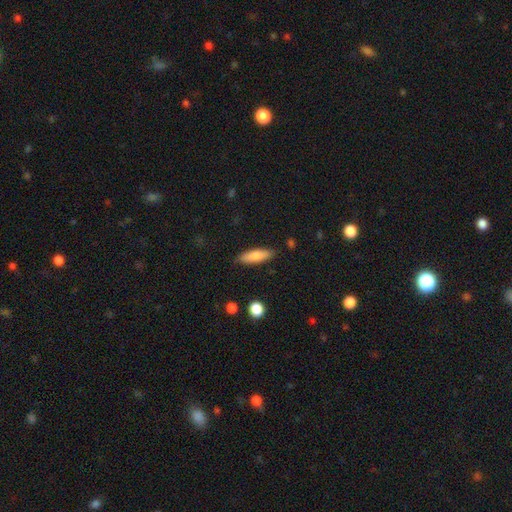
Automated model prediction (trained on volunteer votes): Smooth or featured?
  - smooth: 79% *
  - featured or disk: 15%
  - star or artifact: 6%
How rounded?
  - cigar-shaped: 53% *
  - in between: 45%
  - round: 2%
Merging?
  - none: 86% *
  - minor disturbance: 11%
  - major disturbance: 2%
  - merger: 2%